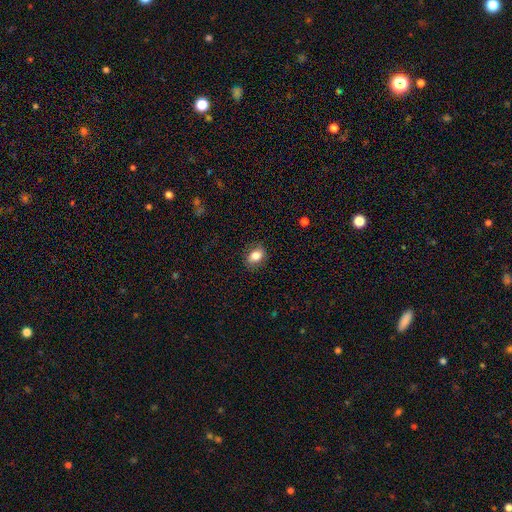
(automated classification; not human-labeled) The model was most divided on "how rounded": in between: 72%, round: 26%, cigar-shaped: 1%. More confident: smooth or featured — smooth (82%); merging — none (81%).